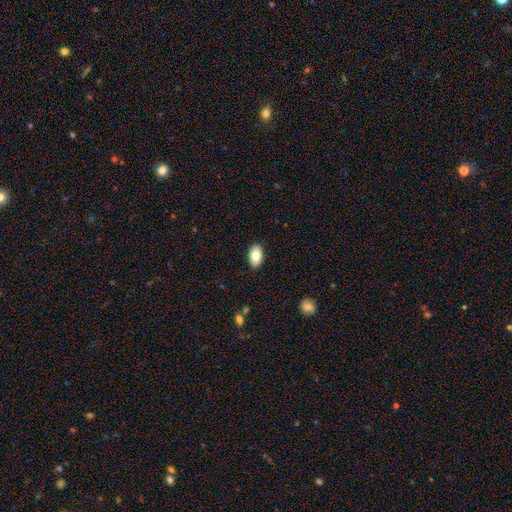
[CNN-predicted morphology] smooth-or-featured: smooth: 80% | featured or disk: 13% | star or artifact: 7%
  how-rounded: in between: 92% | round: 6% | cigar-shaped: 1%
  merging: none: 89% | minor disturbance: 8% | major disturbance: 2% | merger: 1%